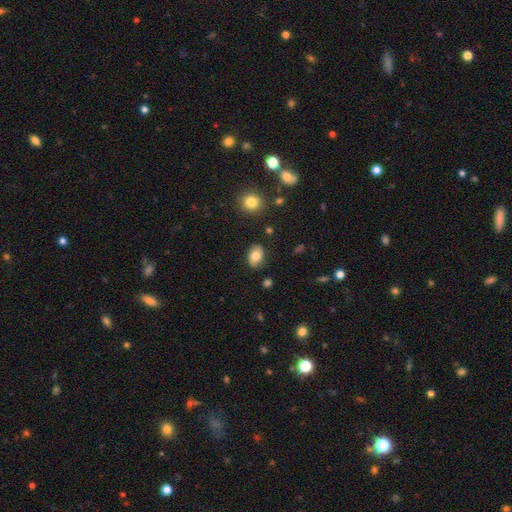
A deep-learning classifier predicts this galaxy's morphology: Overall: smooth (77%). How rounded: in between (77%). Merging: none (84%).